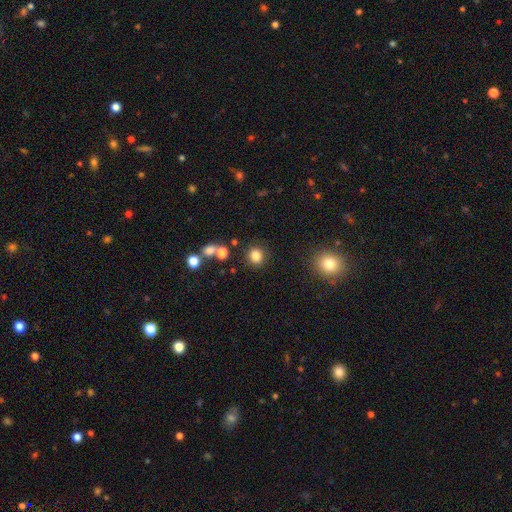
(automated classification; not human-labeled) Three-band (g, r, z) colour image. It shows a smooth galaxy with no disk features (83%) that is round (83%). Merging: none (84%).